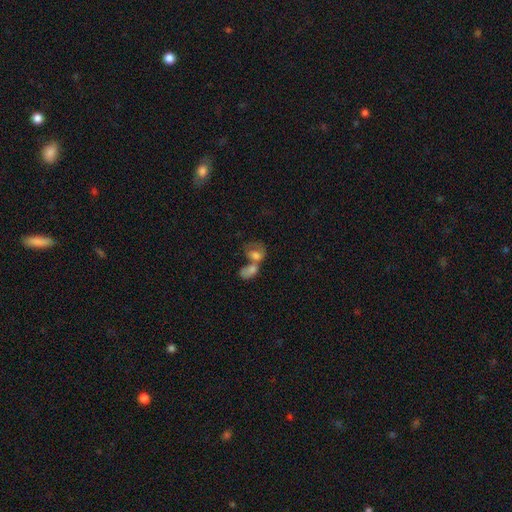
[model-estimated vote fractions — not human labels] Morphology: type=smooth (69%); roundness=in between (76%); merging=merger (70%).